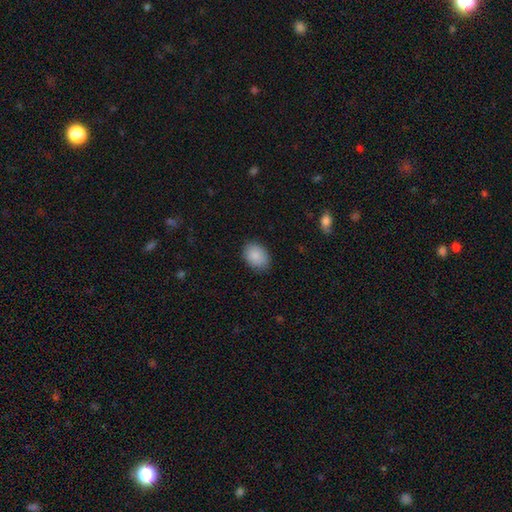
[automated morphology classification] smooth 89%, star or artifact 7%, featured or disk 4%. Down the decision tree: how rounded — in between (72%); merging — none (82%).